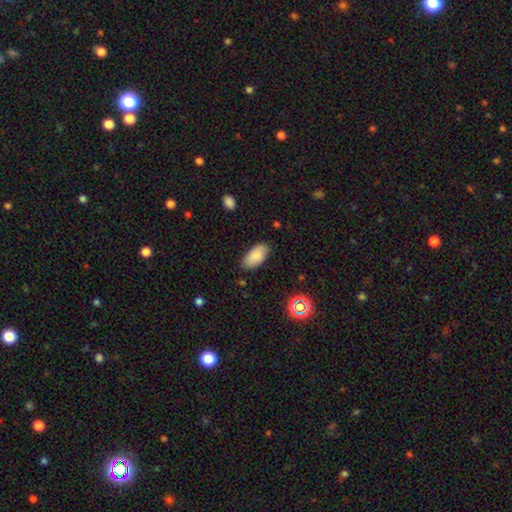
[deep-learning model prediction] This is clearly a smooth galaxy (85%). How rounded: clearly in between (94%). Merging: clearly none (83%).